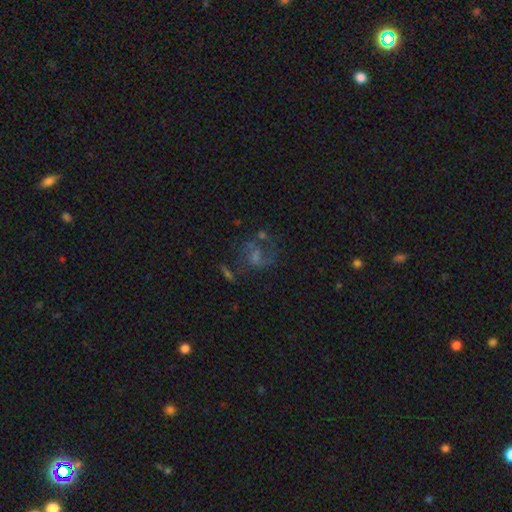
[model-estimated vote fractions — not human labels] featured or disk 59%, smooth 24%, star or artifact 17%. Down the decision tree: edge-on disk — no (97%); bar — no (53%); spiral arms — yes (76%); bulge size — small (42%); merging — none (43%).